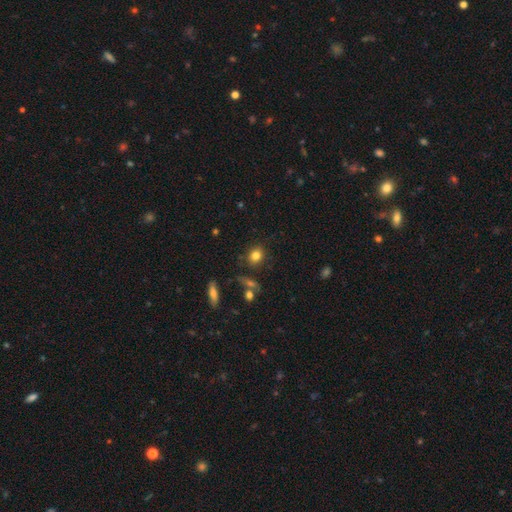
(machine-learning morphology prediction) smooth 81%, star or artifact 11%, featured or disk 8%. Down the decision tree: how rounded — round (60%); merging — none (80%).